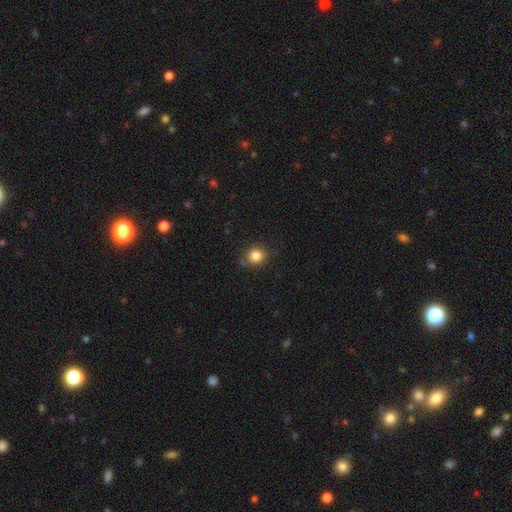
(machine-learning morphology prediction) Overall: smooth (83%). How rounded: round (81%). Merging: none (80%).